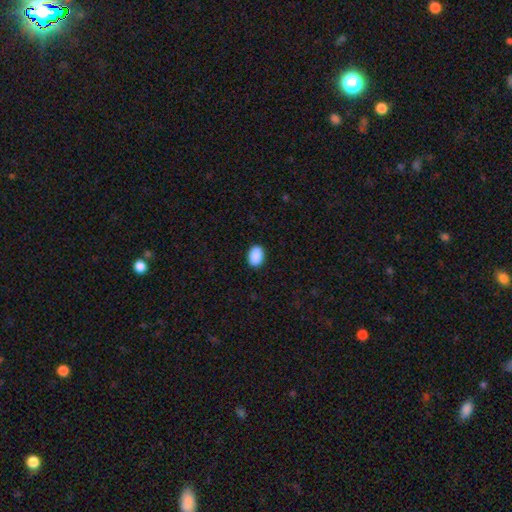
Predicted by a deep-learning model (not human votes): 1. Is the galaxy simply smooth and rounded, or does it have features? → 90% smooth, 7% star or artifact, 2% featured or disk.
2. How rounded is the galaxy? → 85% in between, 14% round, 1% cigar-shaped.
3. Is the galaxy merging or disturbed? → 89% none, 8% minor disturbance, 2% major disturbance, 1% merger.